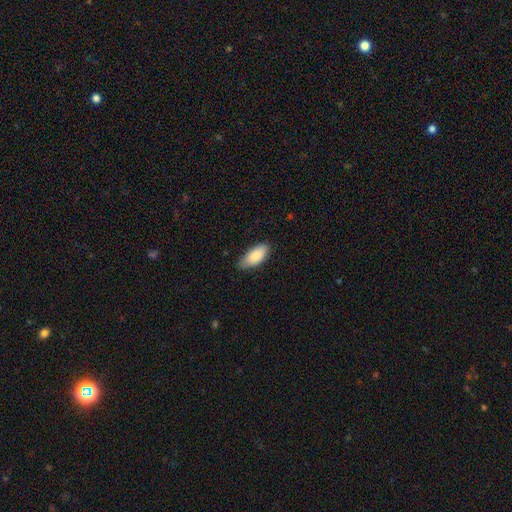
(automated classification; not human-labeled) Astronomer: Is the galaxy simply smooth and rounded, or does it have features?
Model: smooth — 85%.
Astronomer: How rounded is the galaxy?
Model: in between — 88%.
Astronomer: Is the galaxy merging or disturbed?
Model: none — 76%.